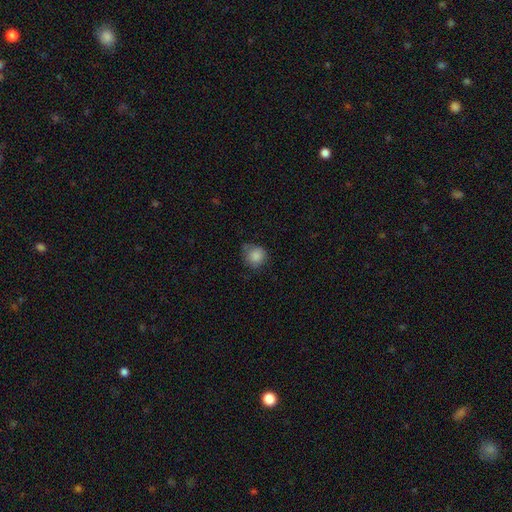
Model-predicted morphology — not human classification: This appears to be a smooth galaxy with no disk features (85%) that is round (86%). Merging: none (62%).